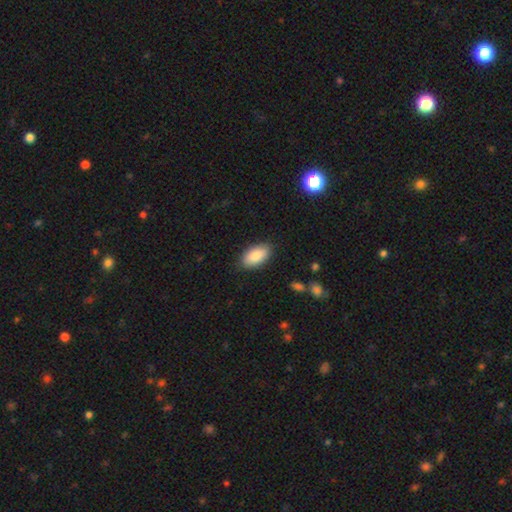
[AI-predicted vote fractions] A smooth galaxy with no disk features (86%) that is in between round and cigar-shaped (94%).

Vote fractions:
- Smooth or featured? smooth: 86% / featured or disk: 7% / star or artifact: 6%
- How rounded? in between: 94% / cigar-shaped: 3% / round: 3%
- Merging? none: 86% / minor disturbance: 10% / major disturbance: 2% / merger: 1%